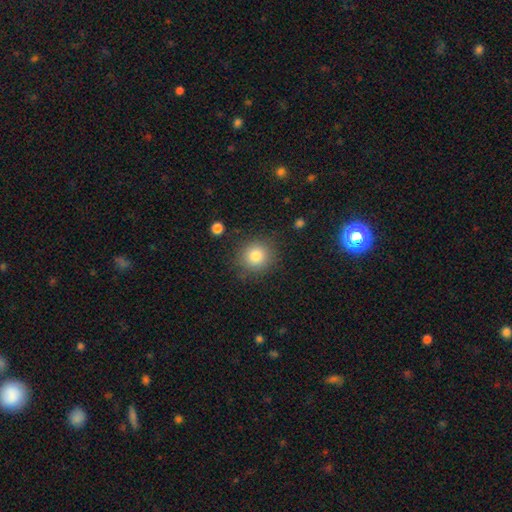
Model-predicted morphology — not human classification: A smooth galaxy with no disk features (83%) that is round (89%). Merging: none (85%).